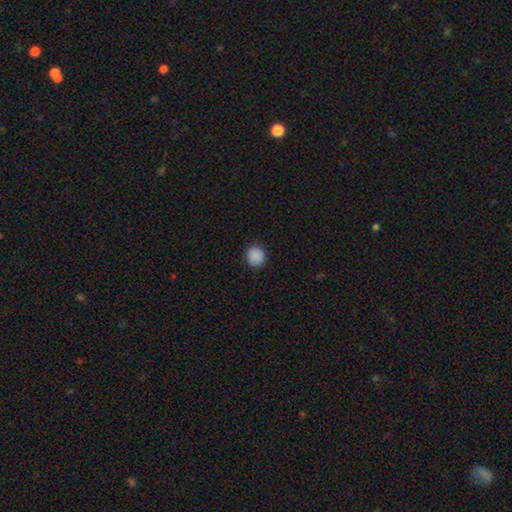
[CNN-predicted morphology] This appears to be a smooth galaxy with no disk features (89%) that is round (91%). Merging: none (91%).